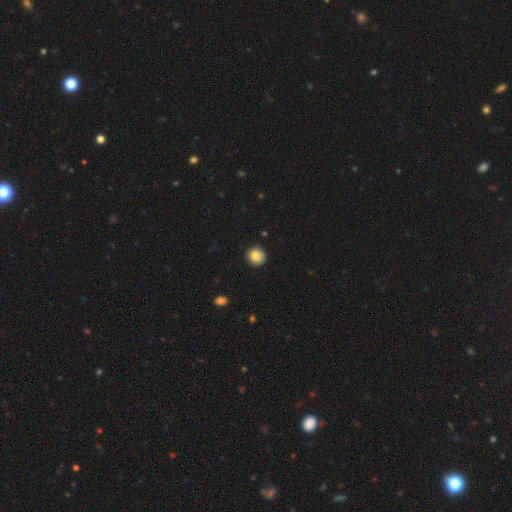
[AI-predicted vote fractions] Overall: smooth (85%). How rounded: round (91%). Merging: none (86%).